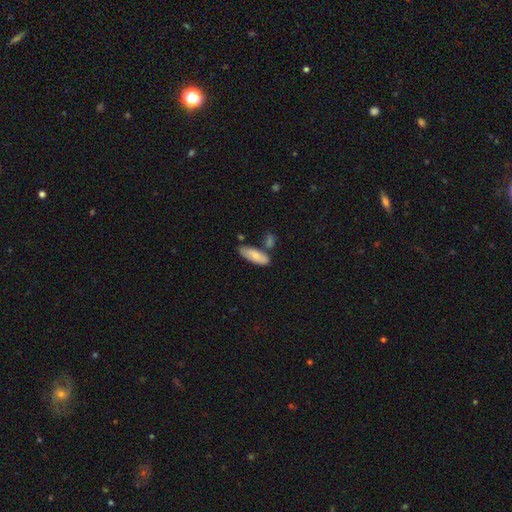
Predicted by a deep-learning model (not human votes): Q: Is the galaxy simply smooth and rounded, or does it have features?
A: smooth — 78%.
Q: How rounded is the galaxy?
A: in between — 70%.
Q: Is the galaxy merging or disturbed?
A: none — 65%.